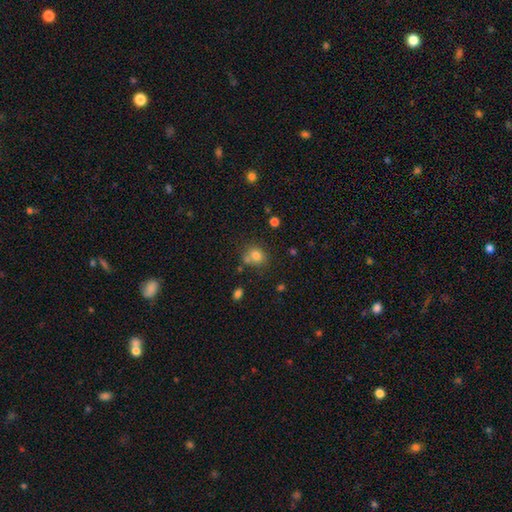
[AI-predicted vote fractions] smooth-or-featured: smooth: 79% | star or artifact: 13% | featured or disk: 9%
  how-rounded: round: 72% | in between: 27% | cigar-shaped: 1%
  merging: none: 60% | merger: 18% | minor disturbance: 16% | major disturbance: 6%